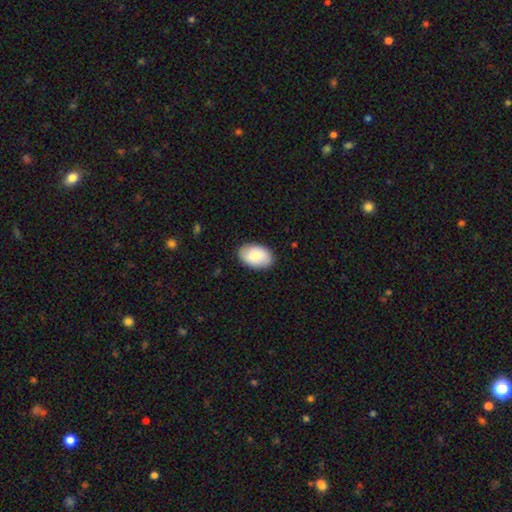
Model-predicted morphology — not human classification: type=smooth (78%); roundness=in between (91%); merging=none (87%).